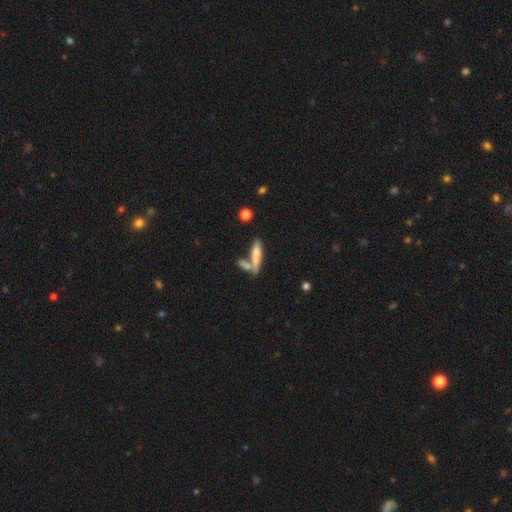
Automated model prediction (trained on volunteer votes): smooth_or_featured: smooth (p=0.71) [alt: featured or disk p=0.21]
how_rounded: cigar-shaped (p=0.73) [alt: in between p=0.24]
merging: none (p=0.47) [alt: merger p=0.37]